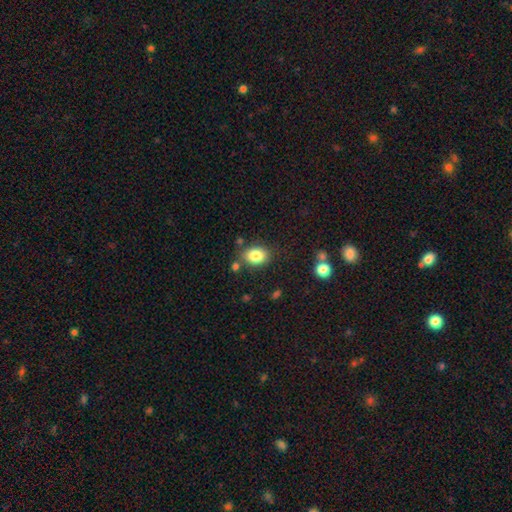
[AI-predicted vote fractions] Morphology: type=smooth (84%); roundness=in between (68%); merging=none (77%).